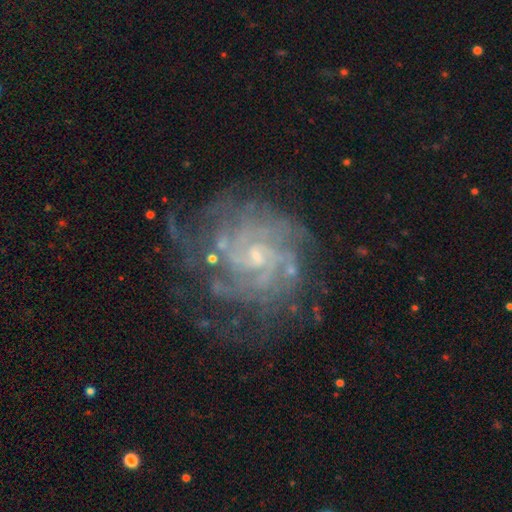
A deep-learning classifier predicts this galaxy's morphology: This is clearly a featured or disk galaxy (84%). It is clearly not viewed edge-on (98%). Bar: likely no (61%). Spiral arm pattern: clearly yes (94%). Spiral arm count: marginally can't tell (39%). Spiral winding: likely tight (64%). Central bulge: likely small (72%). Merging: likely none (67%).